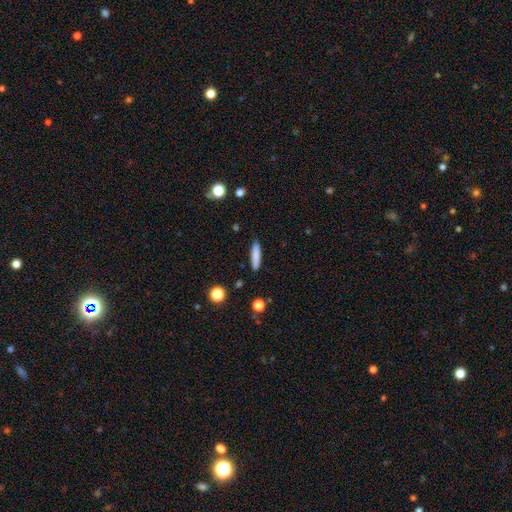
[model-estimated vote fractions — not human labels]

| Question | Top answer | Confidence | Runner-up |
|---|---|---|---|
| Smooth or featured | smooth | 83% | featured or disk (10%) |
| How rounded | cigar-shaped | 83% | in between (16%) |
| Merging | none | 89% | minor disturbance (8%) |